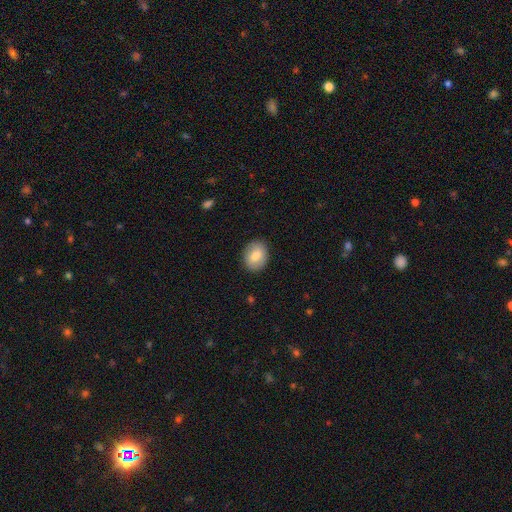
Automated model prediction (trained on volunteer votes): A smooth galaxy with no disk features (76%) that is round (50%).

Vote fractions:
- Smooth or featured? smooth: 76% / featured or disk: 16% / star or artifact: 7%
- How rounded? round: 50% / in between: 49% / cigar-shaped: 1%
- Merging? none: 88% / minor disturbance: 8% / major disturbance: 2% / merger: 1%